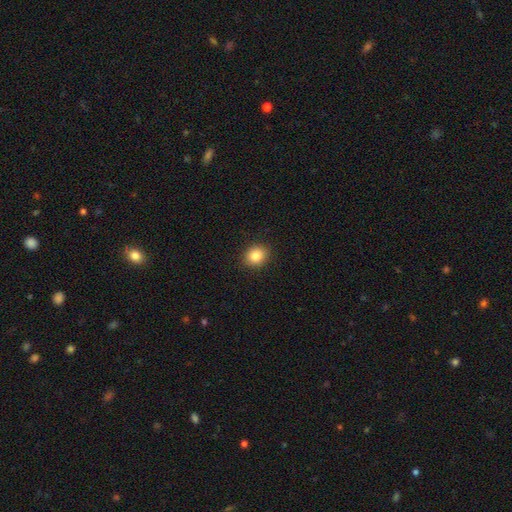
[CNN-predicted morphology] Smooth or featured?
  - smooth: 84% *
  - star or artifact: 10%
  - featured or disk: 6%
How rounded?
  - round: 68% *
  - in between: 31%
  - cigar-shaped: 1%
Merging?
  - none: 91% *
  - minor disturbance: 7%
  - major disturbance: 2%
  - merger: 1%